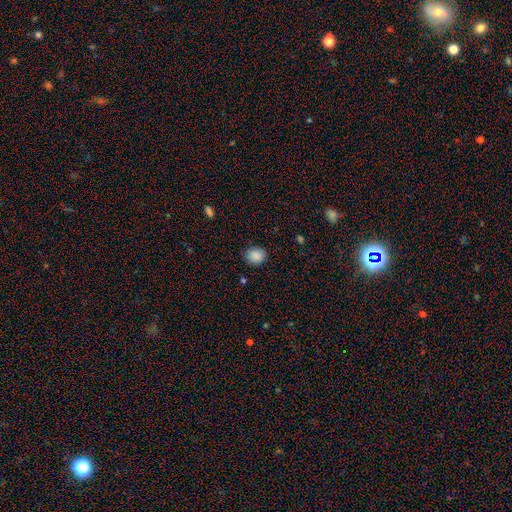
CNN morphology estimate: smooth_or_featured: smooth (p=0.88) [alt: star or artifact p=0.09]
how_rounded: round (p=0.74) [alt: in between p=0.25]
merging: none (p=0.82) [alt: minor disturbance p=0.14]